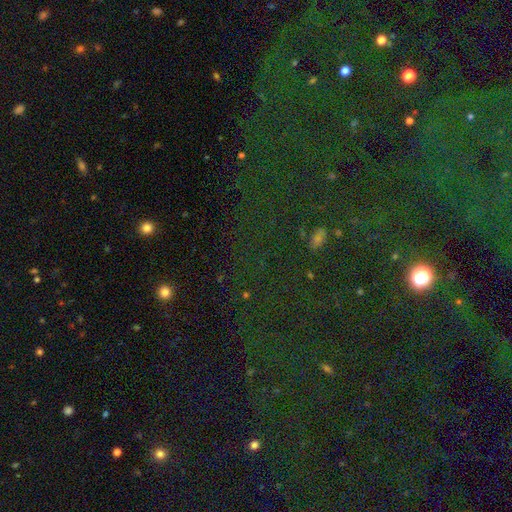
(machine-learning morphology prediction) This appears to be a star or artifact, not a galaxy (80%).